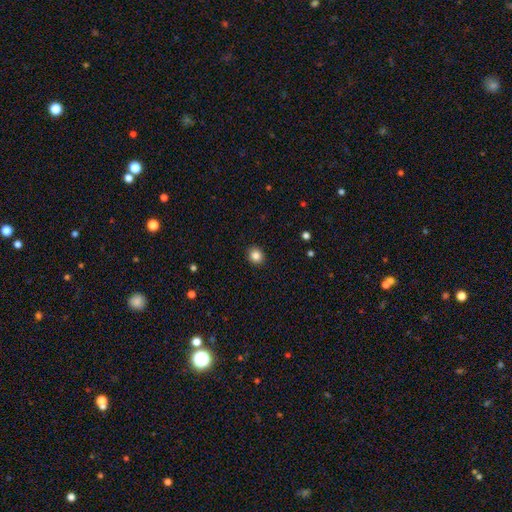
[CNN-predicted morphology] smooth 84%, star or artifact 11%, featured or disk 5%. Down the decision tree: how rounded — round (82%); merging — none (92%).